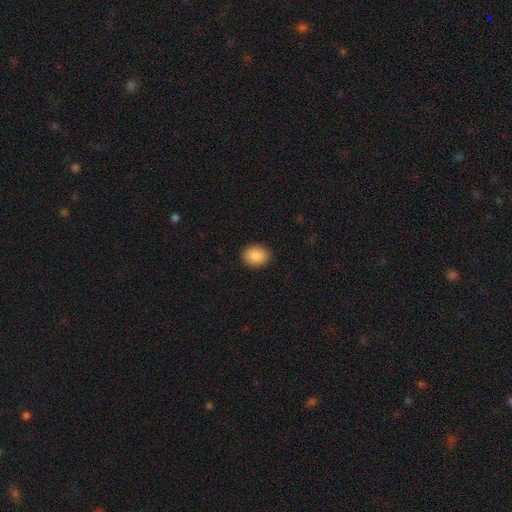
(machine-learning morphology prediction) smooth 88%, star or artifact 8%, featured or disk 4%. Down the decision tree: how rounded — in between (51%); merging — none (91%).